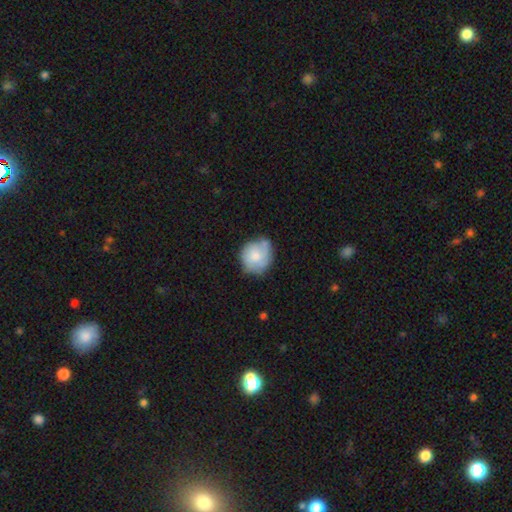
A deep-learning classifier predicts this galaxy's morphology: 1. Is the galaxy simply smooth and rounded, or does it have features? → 63% smooth, 31% featured or disk, 7% star or artifact.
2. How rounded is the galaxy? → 79% round, 20% in between, 1% cigar-shaped.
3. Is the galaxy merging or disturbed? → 53% none, 32% minor disturbance, 9% major disturbance, 6% merger.